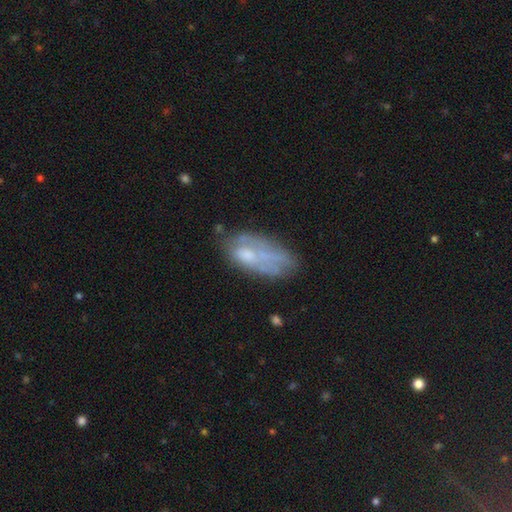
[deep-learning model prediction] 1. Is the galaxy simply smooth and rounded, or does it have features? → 47% smooth, 43% featured or disk, 11% star or artifact.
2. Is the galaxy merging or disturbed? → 44% none, 28% minor disturbance, 20% major disturbance, 8% merger.